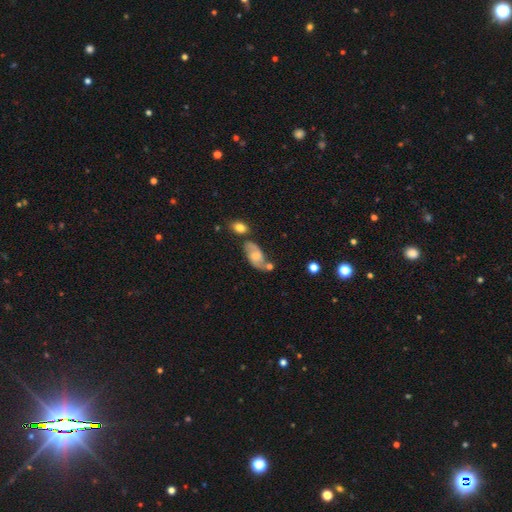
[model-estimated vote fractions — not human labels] This is possibly a featured or disk galaxy (54%). It is clearly not viewed edge-on (93%). Bar: likely no (62%). Spiral arm pattern: clearly yes (82%). Central bulge: marginally small (45%). Merging: possibly none (56%).